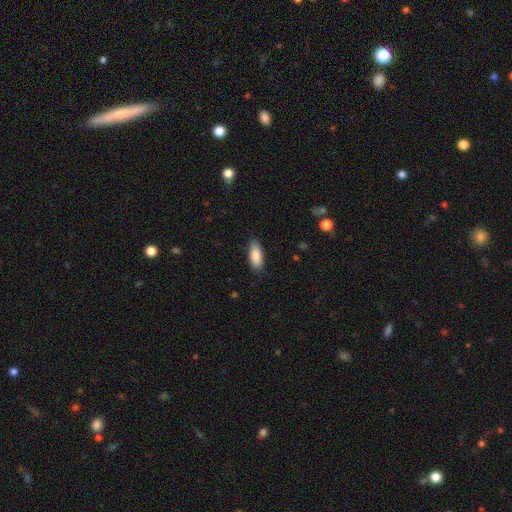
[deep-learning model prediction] Smooth or featured?
  - smooth: 86% *
  - featured or disk: 8%
  - star or artifact: 6%
How rounded?
  - in between: 78% *
  - cigar-shaped: 20%
  - round: 2%
Merging?
  - none: 83% *
  - minor disturbance: 13%
  - major disturbance: 3%
  - merger: 1%